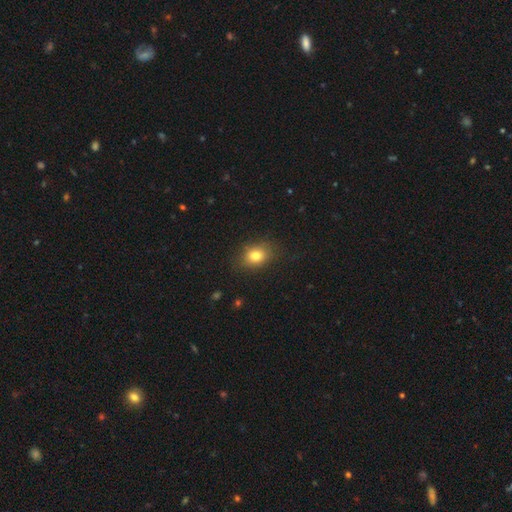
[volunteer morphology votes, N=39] Q: Smooth or featured?
A: smooth (87%); runner-up: featured or disk (8%)
Q: How rounded?
A: round (50%); tied with: in between (50%)
Q: Merging?
A: none (84%); runner-up: minor disturbance (5%)